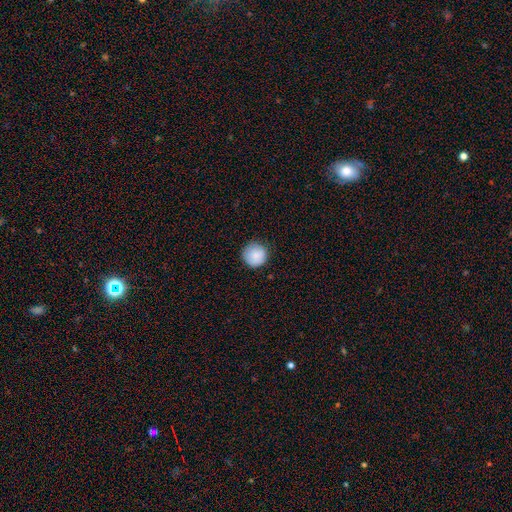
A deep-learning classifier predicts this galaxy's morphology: The model was most divided on "merging": none: 85%, minor disturbance: 11%, major disturbance: 2%, merger: 1%. More confident: how rounded — round (96%); smooth or featured — smooth (86%).